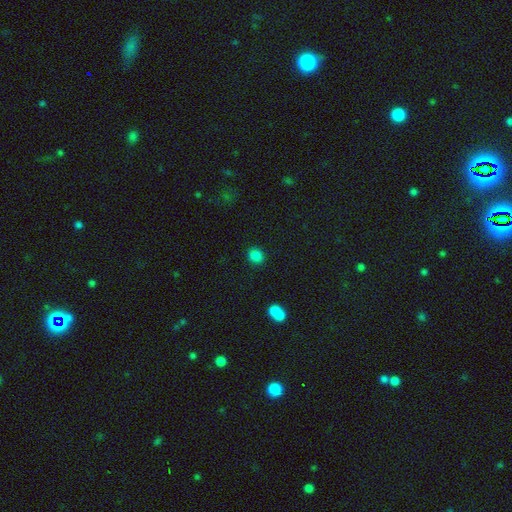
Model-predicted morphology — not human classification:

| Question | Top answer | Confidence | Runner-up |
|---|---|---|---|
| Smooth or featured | smooth | 84% | star or artifact (11%) |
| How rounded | round | 73% | in between (25%) |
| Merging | none | 85% | minor disturbance (7%) |